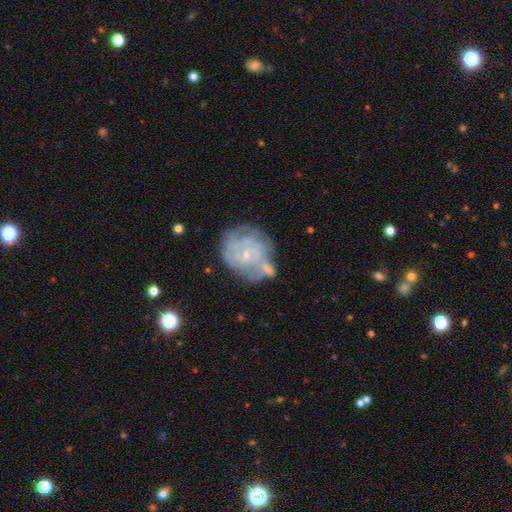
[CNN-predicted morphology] smooth-or-featured: featured or disk: 76% | smooth: 15% | star or artifact: 9%
  disk-edge-on: no: 97% | yes: 3%
    bar: no: 75% | weak: 21% | strong: 4%
    has-spiral-arms: yes: 84% | no: 16%
      spiral-winding: tight: 68% | medium: 24% | loose: 7%
      spiral-arm-count: can't tell: 47% | 3: 15% | 4: 13% | 2: 13% | more than 4: 6% | 1: 5%
    bulge-size: small: 79% | moderate: 16% | none: 3% | large: 1% | dominant: 1%
  merging: none: 53% | minor disturbance: 20% | merger: 17% | major disturbance: 10%